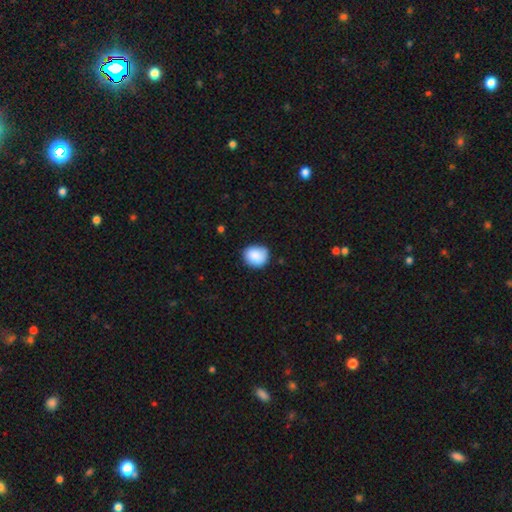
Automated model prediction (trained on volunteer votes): smooth 88%, star or artifact 8%, featured or disk 4%. Down the decision tree: how rounded — round (74%); merging — none (79%).